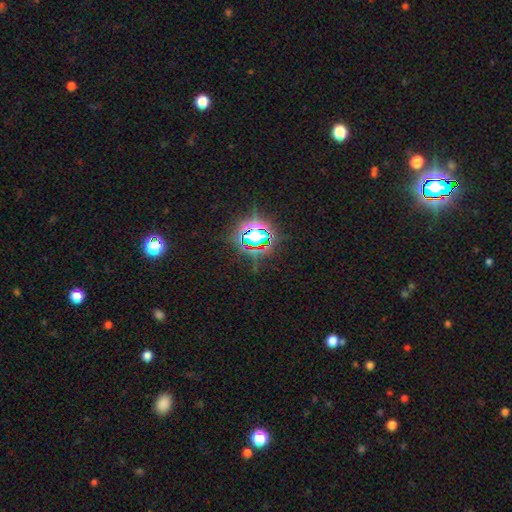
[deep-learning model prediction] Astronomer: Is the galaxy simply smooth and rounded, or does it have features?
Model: star or artifact — 81%.